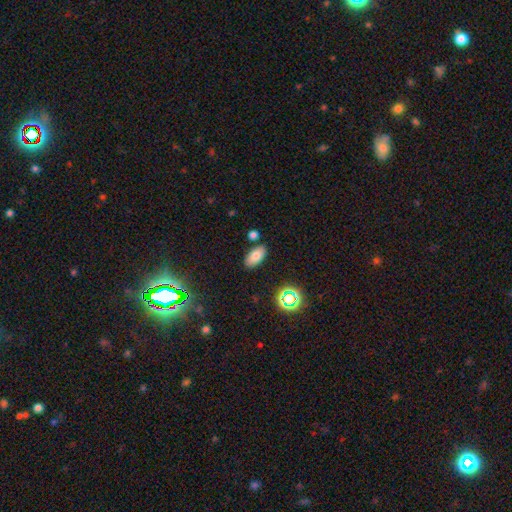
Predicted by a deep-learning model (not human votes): Morphology: type=smooth (75%); roundness=in between (92%); merging=none (84%).